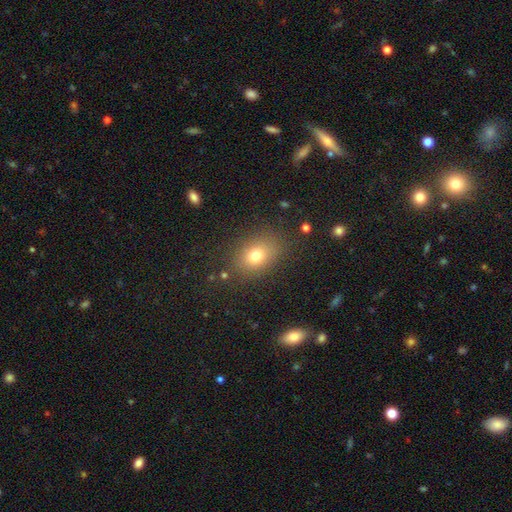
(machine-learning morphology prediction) This appears to be a smooth galaxy with no disk features (75%) that is in between round and cigar-shaped (63%). Merging: none (83%).